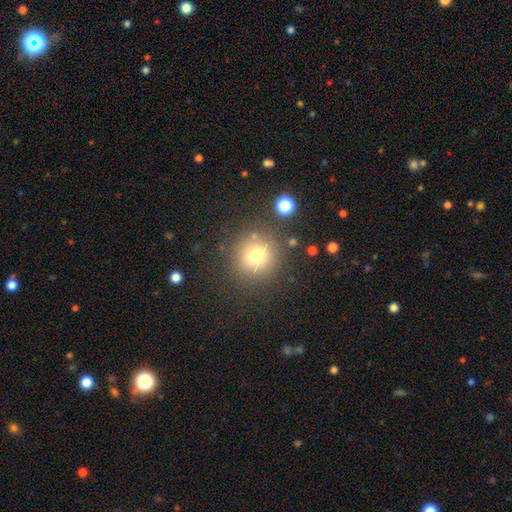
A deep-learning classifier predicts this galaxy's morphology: type=smooth (76%); roundness=round (92%); merging=none (83%).